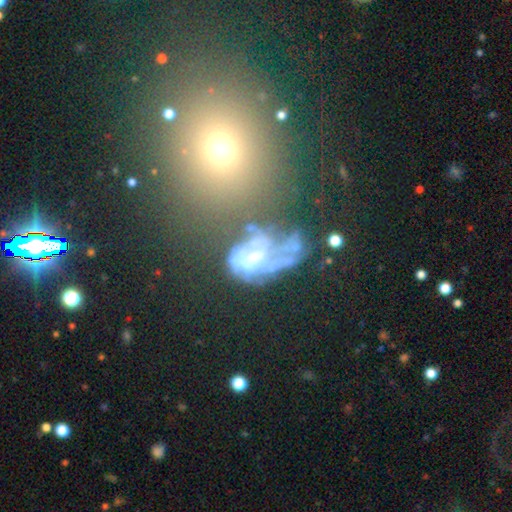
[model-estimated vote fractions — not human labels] featured or disk 56%, star or artifact 24%, smooth 20%. Down the decision tree: edge-on disk — no (94%); bar — no (62%); spiral arms — no (55%); bulge size — small (32%); merging — major disturbance (37%).